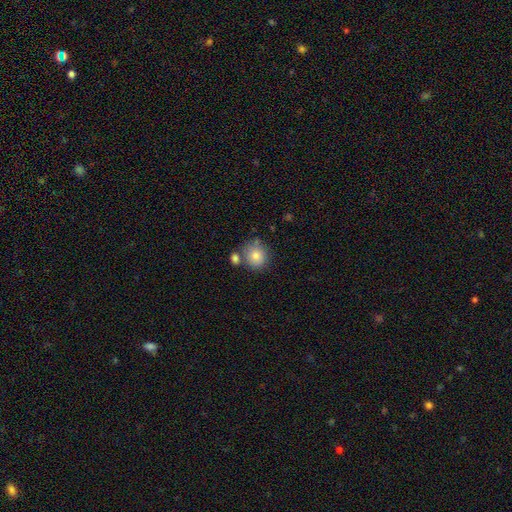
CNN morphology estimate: Q: Smooth or featured?
A: smooth (81%); runner-up: featured or disk (10%)
Q: How rounded?
A: round (85%); runner-up: in between (14%)
Q: Merging?
A: none (64%); runner-up: merger (19%)